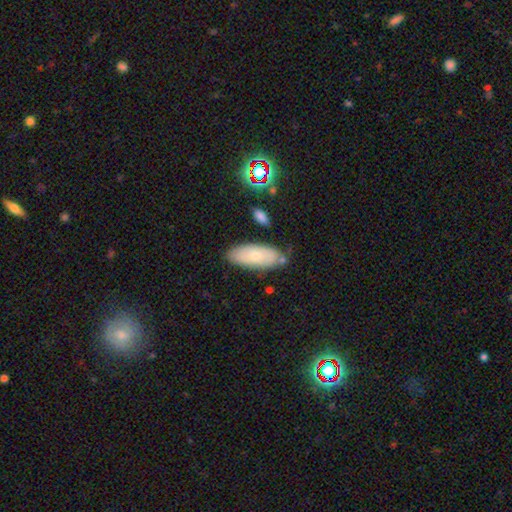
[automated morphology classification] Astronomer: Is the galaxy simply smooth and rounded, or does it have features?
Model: smooth — 68%.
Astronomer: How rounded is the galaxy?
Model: in between — 84%.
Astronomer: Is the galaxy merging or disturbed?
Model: none — 71%.